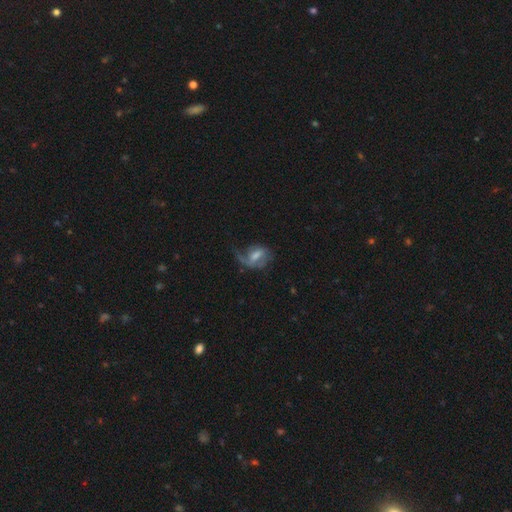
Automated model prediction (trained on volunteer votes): Morphology: type=featured or disk (60%); edge-on=no (95%); bar=weak (46%); spiral arms=yes (78%); bulge=moderate (39%); merging=major disturbance (40%).